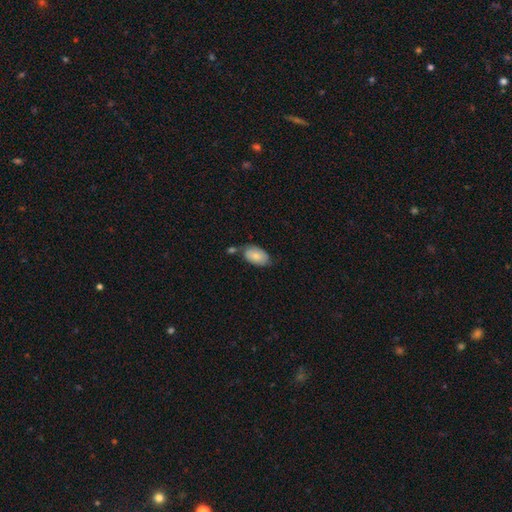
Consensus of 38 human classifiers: Q: Smooth or featured?
A: smooth (66%); runner-up: featured or disk (34%)
Q: How rounded?
A: in between (100%)
Q: Merging?
A: none (42%); runner-up: merger (34%)